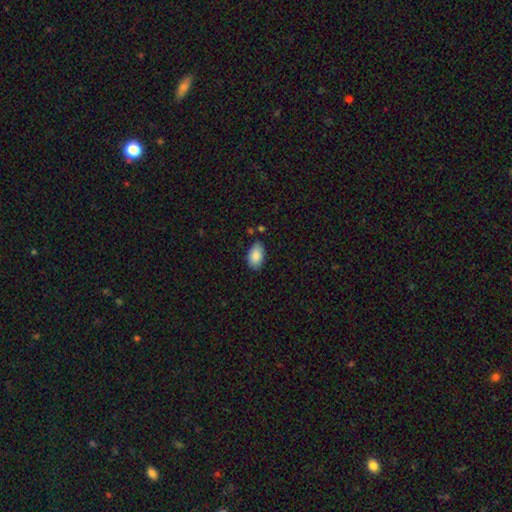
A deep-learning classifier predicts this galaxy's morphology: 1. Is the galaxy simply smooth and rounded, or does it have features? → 88% smooth, 7% star or artifact, 5% featured or disk.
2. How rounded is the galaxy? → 94% in between, 5% round, 2% cigar-shaped.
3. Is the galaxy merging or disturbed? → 81% none, 14% minor disturbance, 3% merger, 3% major disturbance.